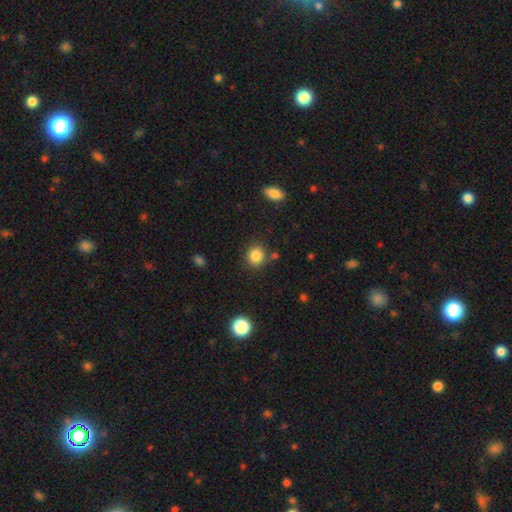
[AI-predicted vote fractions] Morphology: type=smooth (85%); roundness=round (81%); merging=none (82%).